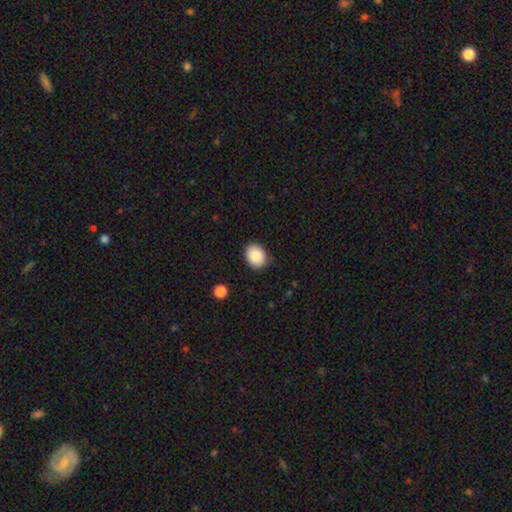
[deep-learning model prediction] This appears to be a smooth galaxy with no disk features (88%) that is in between round and cigar-shaped (60%). Merging: none (83%).